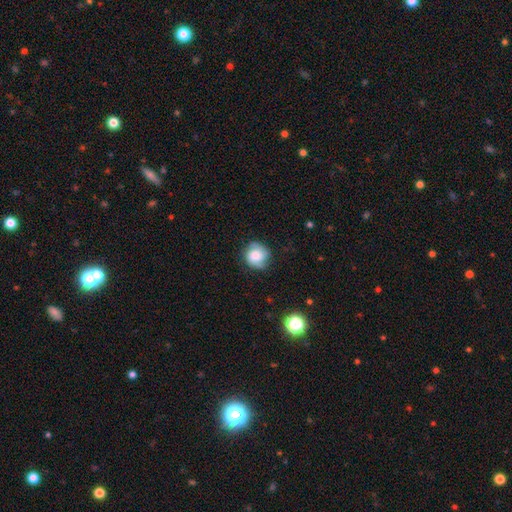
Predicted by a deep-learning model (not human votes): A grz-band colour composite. It shows a smooth galaxy with no disk features (47%). Merging: none (72%).